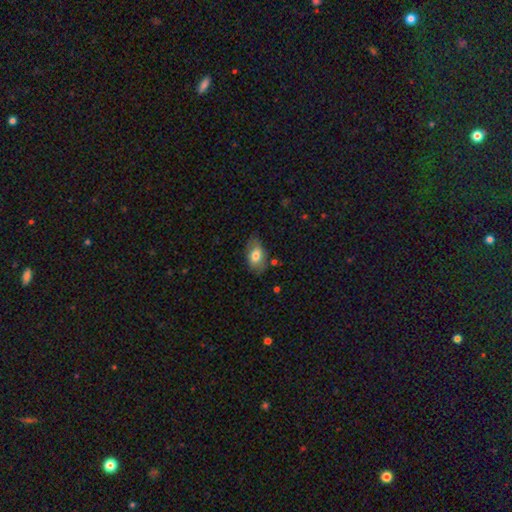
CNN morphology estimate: Q: Smooth or featured?
A: smooth (73%); runner-up: featured or disk (20%)
Q: How rounded?
A: in between (90%); runner-up: round (8%)
Q: Merging?
A: none (72%); runner-up: minor disturbance (20%)